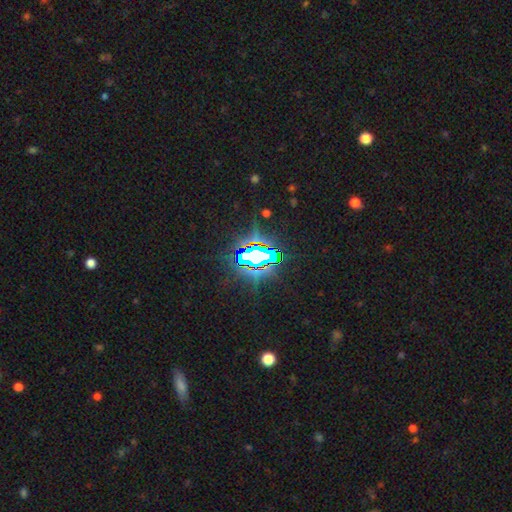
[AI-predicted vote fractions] star or artifact 76%, featured or disk 12%, smooth 12%.